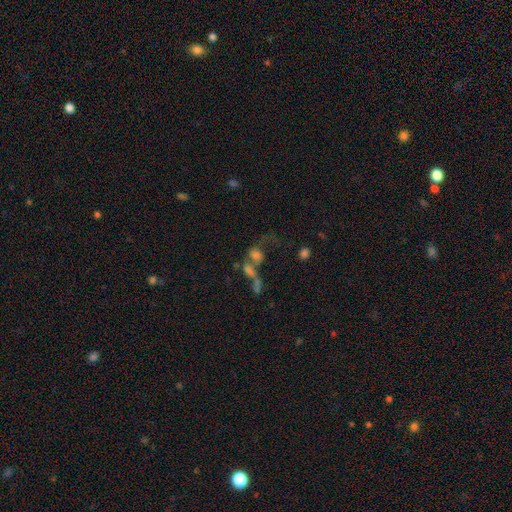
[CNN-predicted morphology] A smooth galaxy with no disk features (40%). Merging: merger (56%).